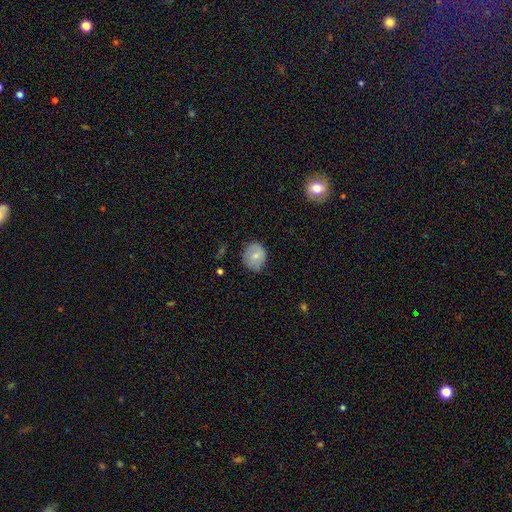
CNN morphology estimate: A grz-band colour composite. It shows a smooth galaxy with no disk features (74%) that is round (73%). Merging: none (69%).